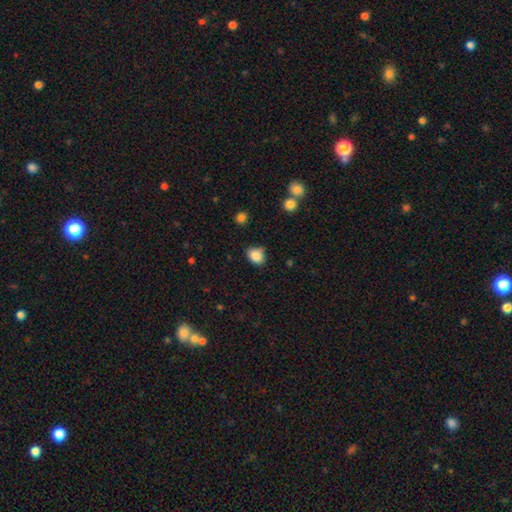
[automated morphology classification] type=smooth (85%); roundness=round (51%); merging=none (70%).